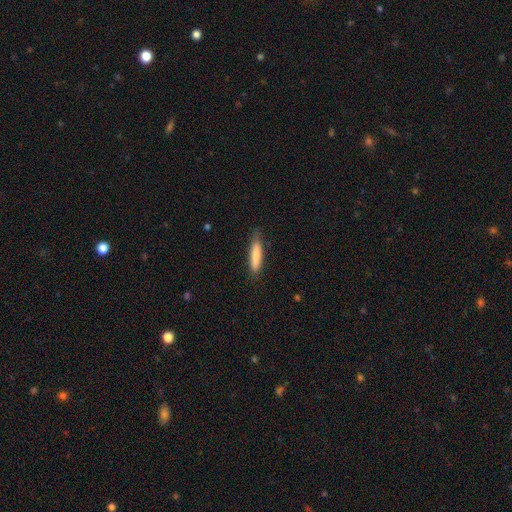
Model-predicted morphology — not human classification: Q: Smooth or featured?
A: smooth (80%); runner-up: featured or disk (14%)
Q: How rounded?
A: cigar-shaped (83%); runner-up: in between (16%)
Q: Merging?
A: none (80%); runner-up: minor disturbance (16%)